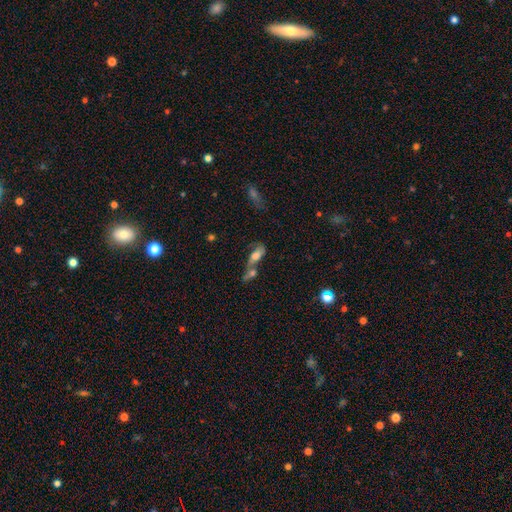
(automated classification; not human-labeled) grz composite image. It shows a smooth galaxy with no disk features (54%) that is in between round and cigar-shaped (73%). Merging: merger (62%).